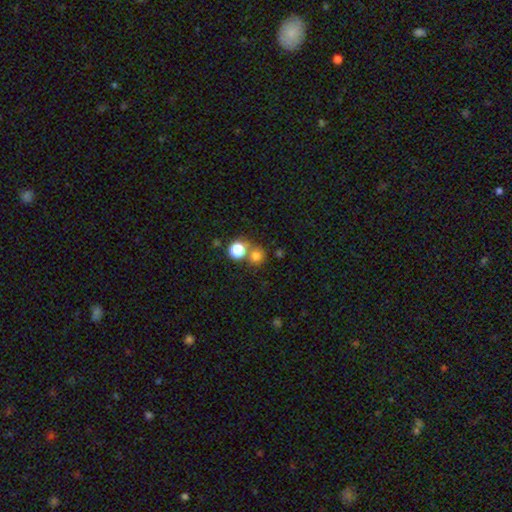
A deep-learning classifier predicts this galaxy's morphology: A smooth galaxy with no disk features (75%) that is round (91%).

Vote fractions:
- Smooth or featured? smooth: 75% / star or artifact: 17% / featured or disk: 7%
- How rounded? round: 91% / in between: 8% / cigar-shaped: 1%
- Merging? none: 62% / merger: 27% / minor disturbance: 7% / major disturbance: 3%